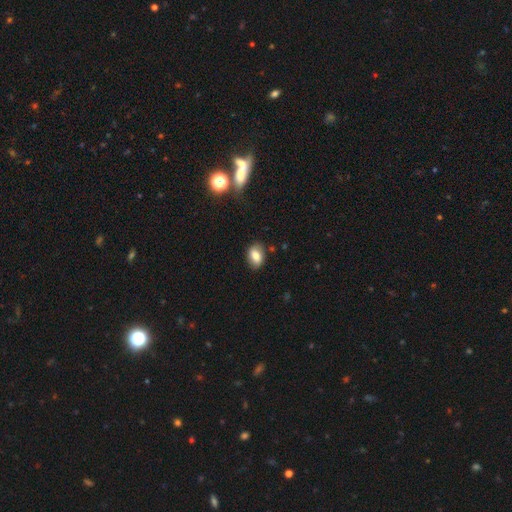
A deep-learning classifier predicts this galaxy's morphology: Smooth or featured? smooth (77%)
How rounded? in between (81%)
Merging? none (81%)